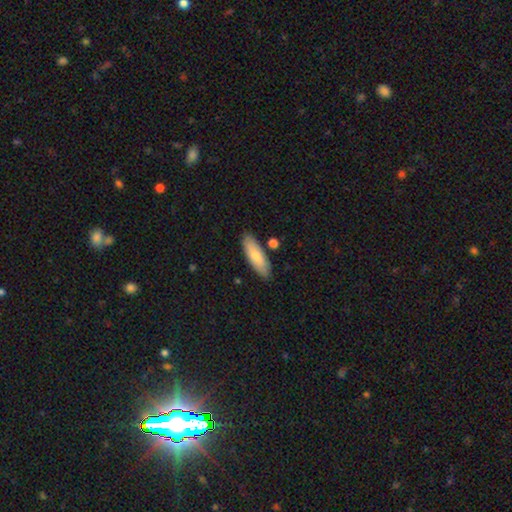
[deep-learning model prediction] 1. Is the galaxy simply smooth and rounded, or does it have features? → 75% smooth, 20% featured or disk, 5% star or artifact.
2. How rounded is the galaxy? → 58% in between, 40% cigar-shaped, 2% round.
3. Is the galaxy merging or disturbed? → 85% none, 10% minor disturbance, 3% merger, 2% major disturbance.